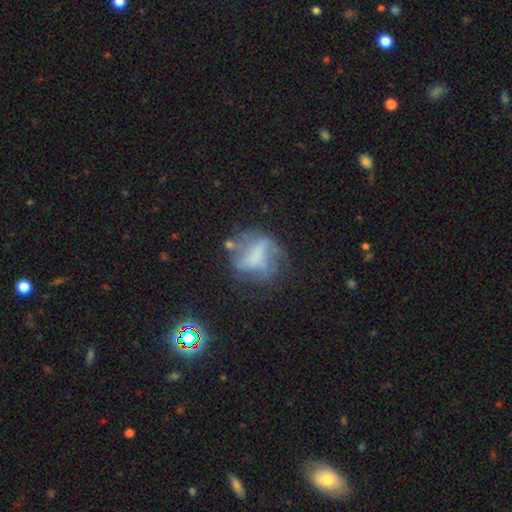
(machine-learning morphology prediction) Smooth or featured: featured or disk — 51% (smooth — 34%)
Edge-on disk: no — 94% (yes — 6%)
Merging: none — 44% (major disturbance — 24%)